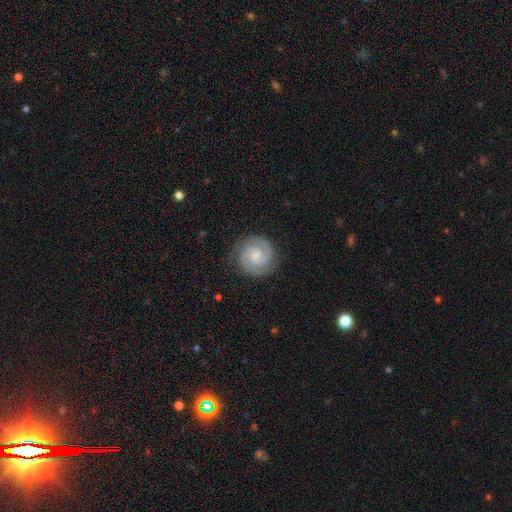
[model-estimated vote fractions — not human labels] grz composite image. It shows a featured or disk galaxy (87%) with a weak bar (47%), 2 (91%) tight (61%) spiral arms (98%) and a small central bulge (44%). Merging: none (86%).